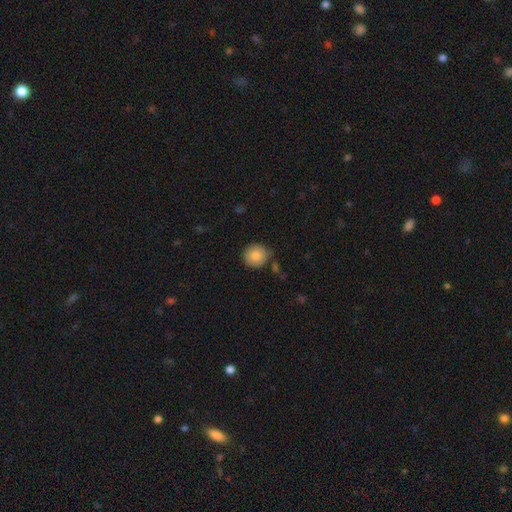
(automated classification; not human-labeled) A smooth galaxy with no disk features (86%) that is round (92%). Merging: none (81%).